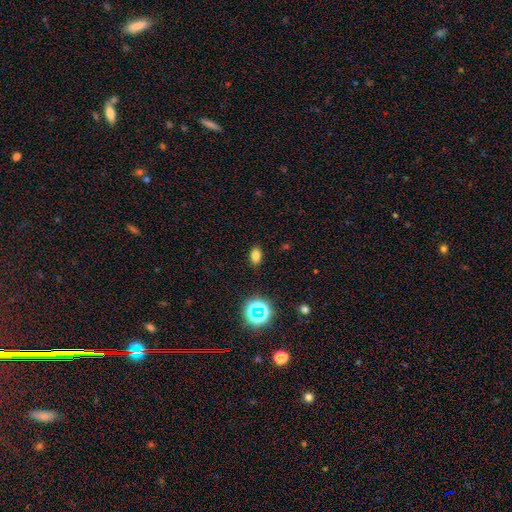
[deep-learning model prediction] The model was most divided on "smooth or featured": smooth: 76%, star or artifact: 17%, featured or disk: 7%. More confident: merging — none (88%); how rounded — in between (84%).